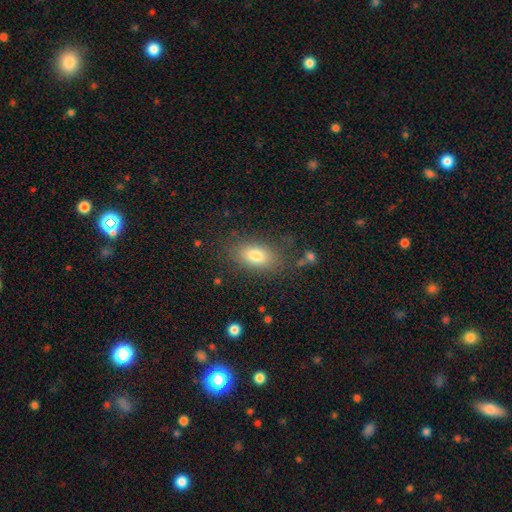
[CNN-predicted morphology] A smooth galaxy with no disk features (79%) that is in between round and cigar-shaped (87%).

Vote fractions:
- Smooth or featured? smooth: 79% / featured or disk: 11% / star or artifact: 9%
- How rounded? in between: 87% / round: 9% / cigar-shaped: 5%
- Merging? none: 80% / minor disturbance: 13% / major disturbance: 5% / merger: 2%